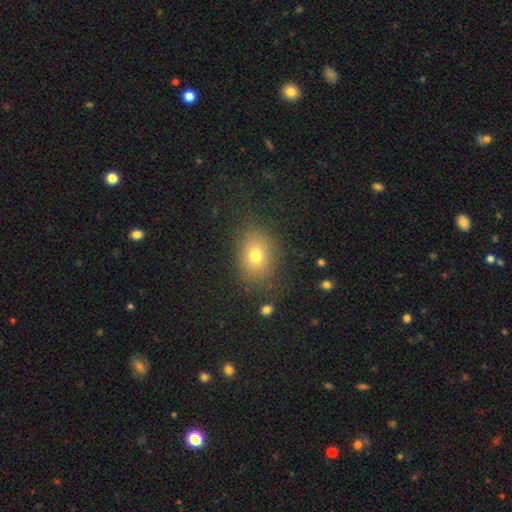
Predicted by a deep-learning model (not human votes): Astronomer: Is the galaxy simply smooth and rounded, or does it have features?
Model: smooth — 75%.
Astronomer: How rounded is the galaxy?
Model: in between — 52% (runner-up: round, 47%).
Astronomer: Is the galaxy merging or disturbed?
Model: none — 81%.